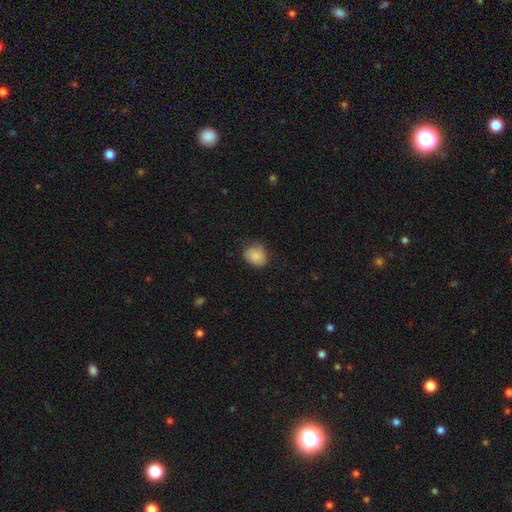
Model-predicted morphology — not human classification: type=smooth (87%); roundness=round (60%); merging=none (70%).